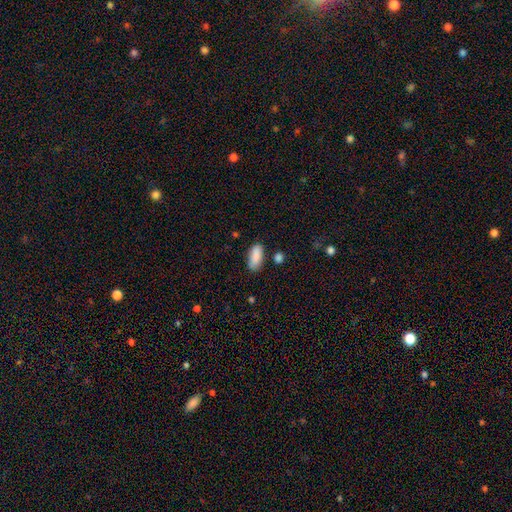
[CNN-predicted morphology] smooth-or-featured: smooth: 89% | star or artifact: 7% | featured or disk: 5%
  how-rounded: in between: 88% | cigar-shaped: 10% | round: 2%
  merging: none: 76% | minor disturbance: 16% | merger: 4% | major disturbance: 4%